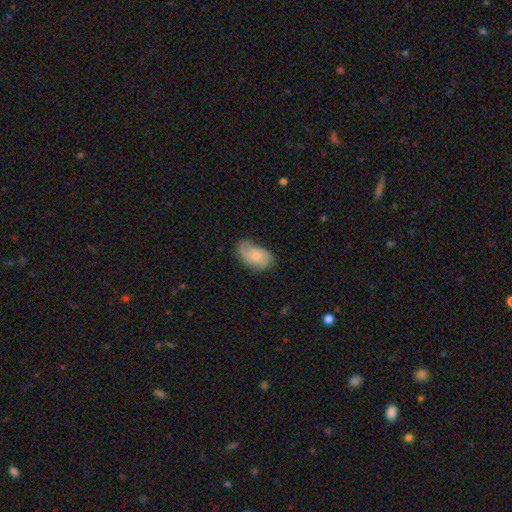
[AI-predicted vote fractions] Smooth or featured? Predicted: smooth (p=0.49). Merging? Predicted: none (p=0.52).